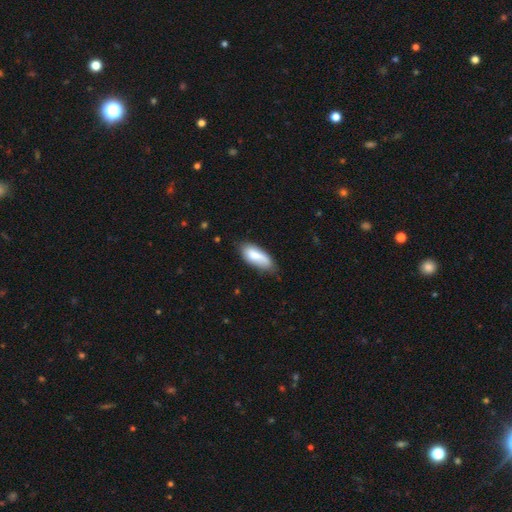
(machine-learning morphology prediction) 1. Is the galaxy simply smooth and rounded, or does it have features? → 77% smooth, 16% featured or disk, 6% star or artifact.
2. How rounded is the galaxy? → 84% in between, 14% cigar-shaped, 2% round.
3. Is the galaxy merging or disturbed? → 63% none, 30% minor disturbance, 5% major disturbance, 2% merger.